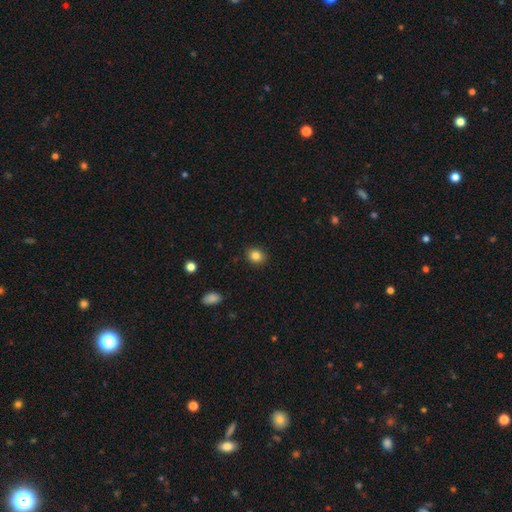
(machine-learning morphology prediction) smooth_or_featured: smooth (p=0.84) [alt: star or artifact p=0.10]
how_rounded: round (p=0.62) [alt: in between p=0.37]
merging: none (p=0.89) [alt: minor disturbance p=0.07]